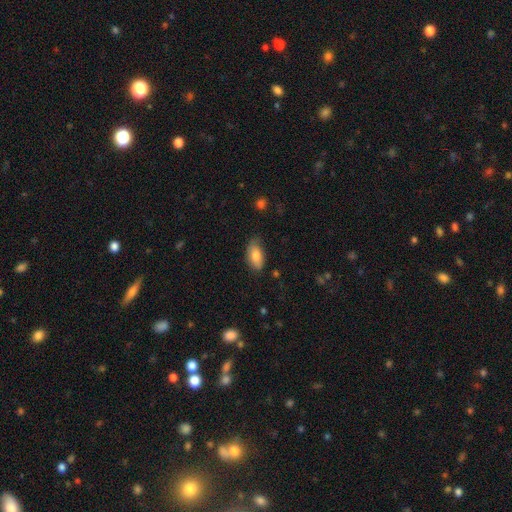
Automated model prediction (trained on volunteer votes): A smooth galaxy with no disk features (82%) that is in between round and cigar-shaped (92%). Merging: none (72%).